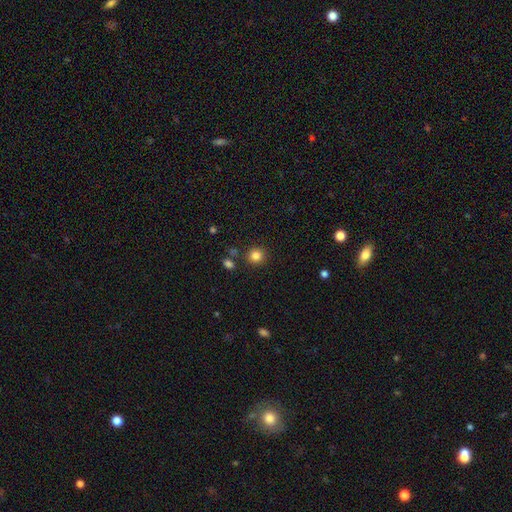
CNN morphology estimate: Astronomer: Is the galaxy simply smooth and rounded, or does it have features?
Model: smooth — 83%.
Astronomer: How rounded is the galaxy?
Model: round — 93%.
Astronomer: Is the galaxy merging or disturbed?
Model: none — 86%.